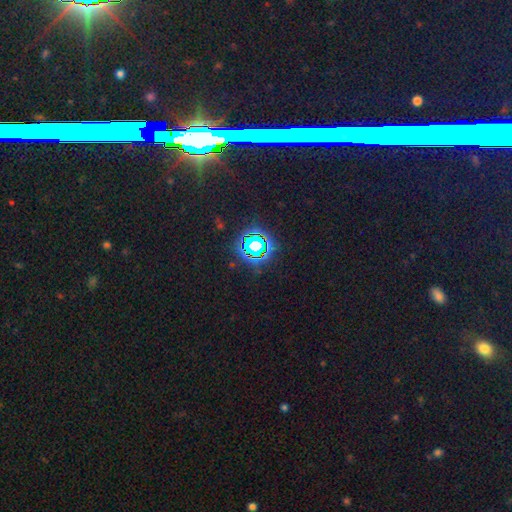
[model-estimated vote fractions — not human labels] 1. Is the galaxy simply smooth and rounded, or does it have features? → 80% star or artifact, 11% smooth, 9% featured or disk.